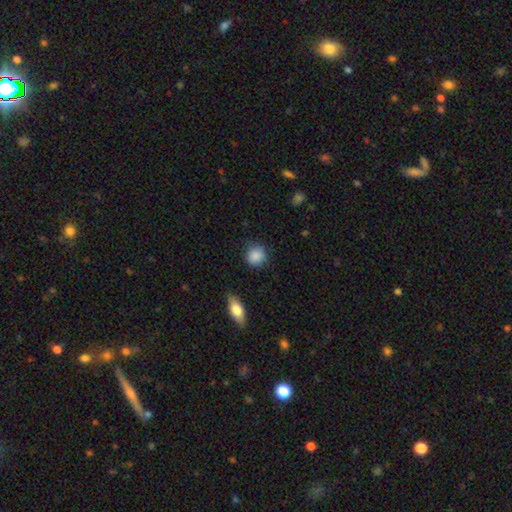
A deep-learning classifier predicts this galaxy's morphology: smooth-or-featured: smooth: 88% | star or artifact: 8% | featured or disk: 4%
  how-rounded: round: 84% | in between: 15% | cigar-shaped: 1%
  merging: none: 80% | minor disturbance: 15% | major disturbance: 3% | merger: 2%